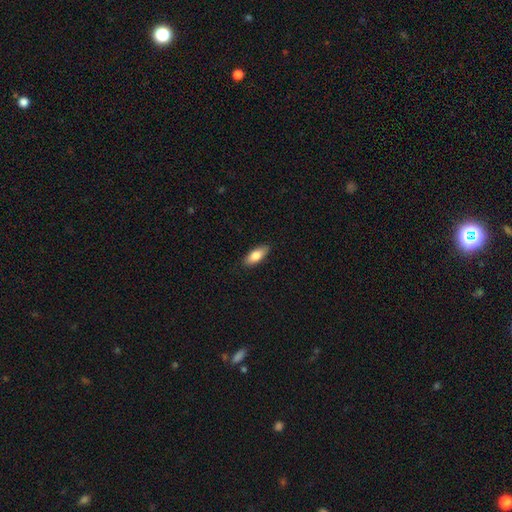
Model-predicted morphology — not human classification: A smooth galaxy with no disk features (79%) that is in between round and cigar-shaped (77%).

Vote fractions:
- Smooth or featured? smooth: 79% / featured or disk: 15% / star or artifact: 6%
- How rounded? in between: 77% / cigar-shaped: 21% / round: 2%
- Merging? none: 88% / minor disturbance: 9% / major disturbance: 2% / merger: 1%